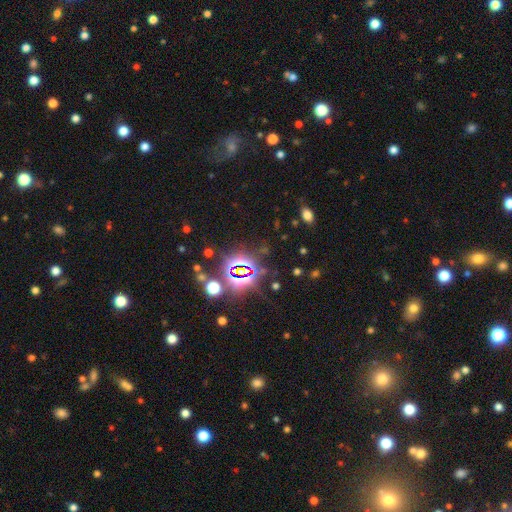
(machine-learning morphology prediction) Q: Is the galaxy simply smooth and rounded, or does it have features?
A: star or artifact — 80%.